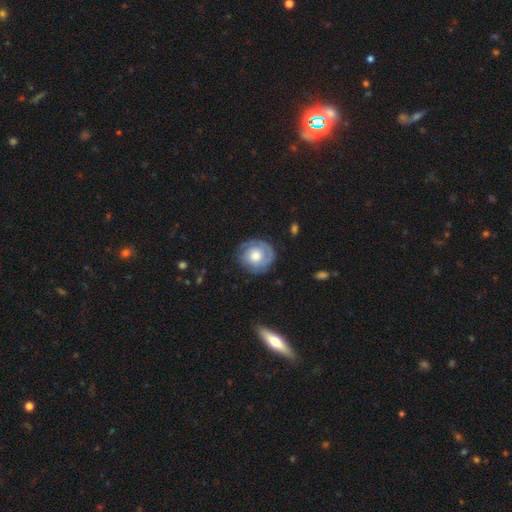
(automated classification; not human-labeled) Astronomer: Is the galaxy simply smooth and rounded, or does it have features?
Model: featured or disk — 56% (runner-up: smooth, 38%).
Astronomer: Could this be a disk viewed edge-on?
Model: no — 97%.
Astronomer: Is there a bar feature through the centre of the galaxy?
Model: no — 83%.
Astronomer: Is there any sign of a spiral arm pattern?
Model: yes — 74%.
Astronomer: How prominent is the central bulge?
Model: moderate — 61%.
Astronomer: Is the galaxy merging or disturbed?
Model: none — 77%.